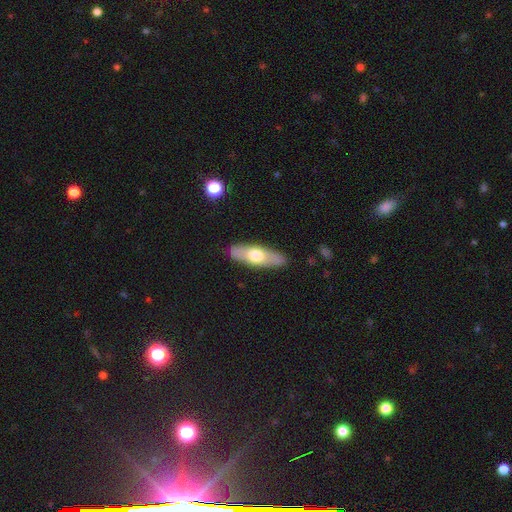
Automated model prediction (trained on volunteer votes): The model was most divided on "how rounded": in between: 53%, cigar-shaped: 44%, round: 3%. More confident: merging — none (87%); smooth or featured — smooth (55%).